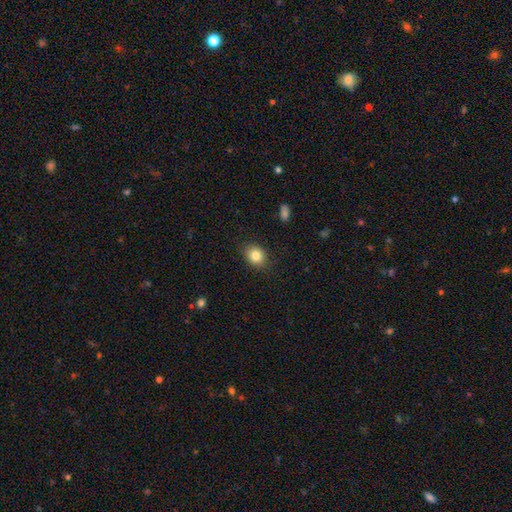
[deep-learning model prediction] Smooth or featured: smooth — 83% (star or artifact — 10%)
How rounded: round — 56% (in between — 43%)
Merging: none — 85% (minor disturbance — 11%)